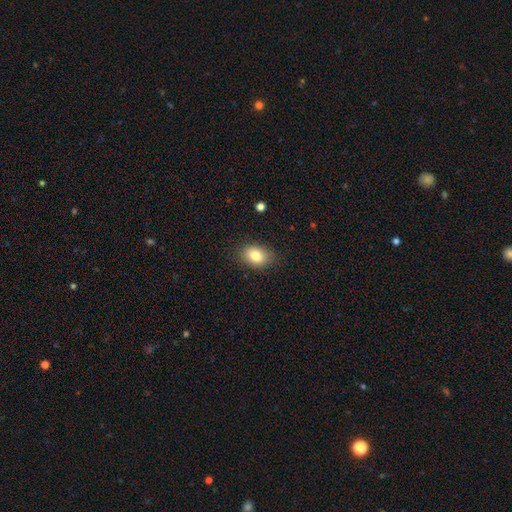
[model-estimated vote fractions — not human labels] Morphology: type=smooth (82%); roundness=in between (75%); merging=none (84%).